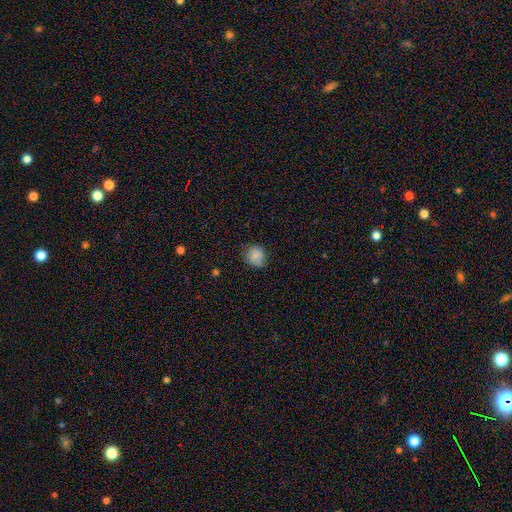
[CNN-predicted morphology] Q: Smooth or featured?
A: smooth (83%); runner-up: star or artifact (9%)
Q: How rounded?
A: round (75%); runner-up: in between (24%)
Q: Merging?
A: none (74%); runner-up: minor disturbance (21%)